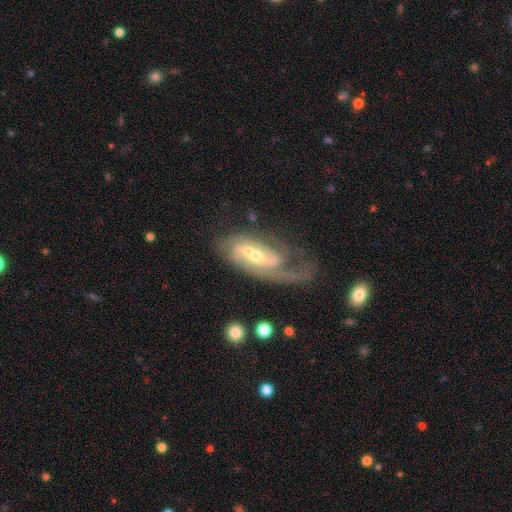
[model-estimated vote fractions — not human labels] Morphology: type=featured or disk (87%); edge-on=no (94%); bar=weak (41%); spiral arms=yes (95%); winding=medium (45%); arm count=2 (54%); bulge=moderate (52%); merging=none (42%).